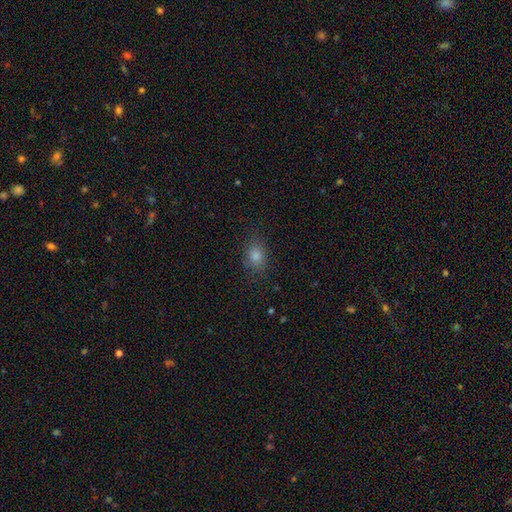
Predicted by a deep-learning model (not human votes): Smooth or featured? smooth (76%)
How rounded? in between (54%)
Merging? none (82%)